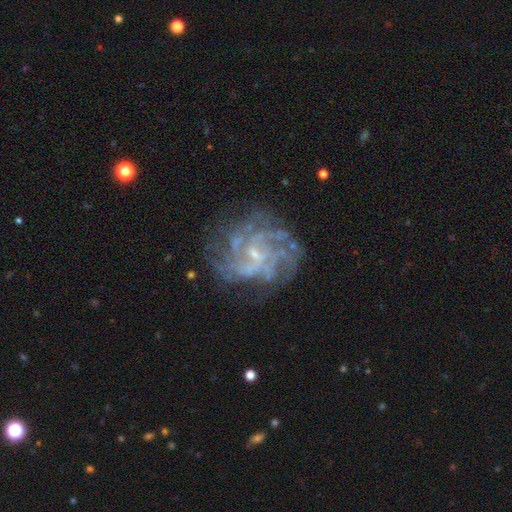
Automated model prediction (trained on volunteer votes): This appears to be a featured or disk galaxy (85%) with no bar (56%), tight (52%) spiral arms (93%) and a small central bulge (74%). Merging: none (70%).